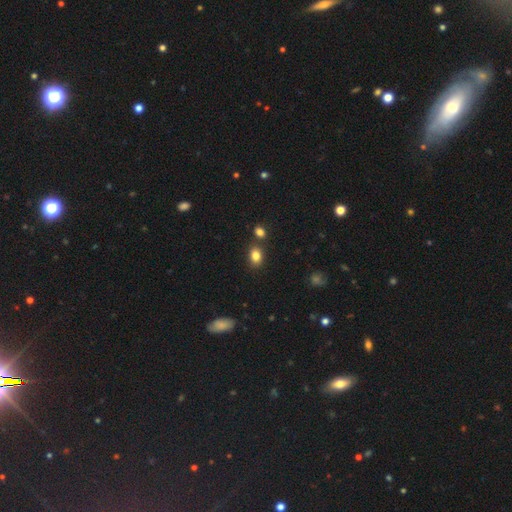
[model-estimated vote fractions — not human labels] smooth-or-featured: smooth: 83% | star or artifact: 11% | featured or disk: 6%
  how-rounded: in between: 65% | round: 33% | cigar-shaped: 1%
  merging: none: 76% | minor disturbance: 11% | merger: 11% | major disturbance: 3%